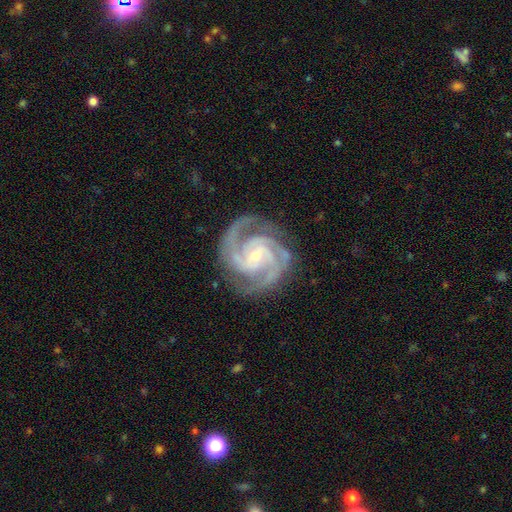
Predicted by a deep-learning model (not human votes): Q: Smooth or featured?
A: featured or disk (94%); runner-up: star or artifact (4%)
Q: Edge-on disk?
A: no (98%); runner-up: yes (2%)
Q: Bar?
A: no (46%); runner-up: weak (39%)
Q: Spiral arms?
A: yes (99%); runner-up: no (1%)
Q: Spiral winding?
A: tight (56%); runner-up: medium (40%)
Q: Spiral arm count?
A: 3 (44%); runner-up: 2 (35%)
Q: Bulge size?
A: small (72%); runner-up: moderate (24%)
Q: Merging?
A: none (80%); runner-up: minor disturbance (14%)